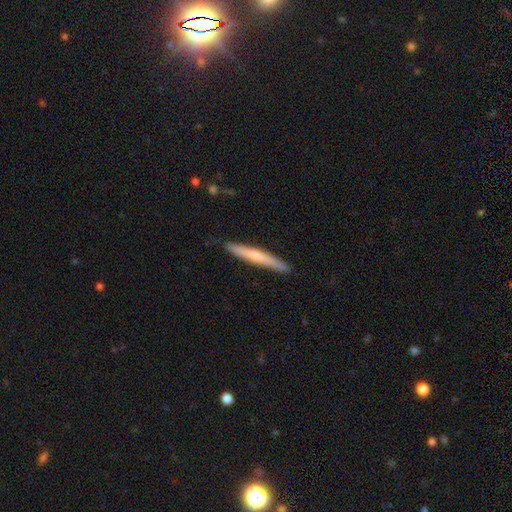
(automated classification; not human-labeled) This is possibly a smooth galaxy (55%). How rounded: clearly cigar-shaped (96%). Merging: clearly none (89%).